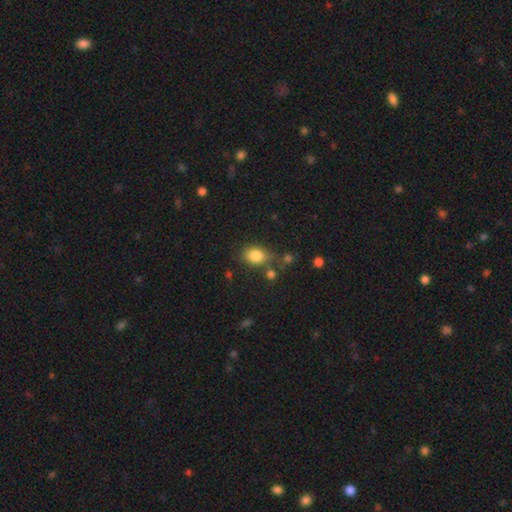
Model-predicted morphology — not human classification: A smooth galaxy with no disk features (83%) that is in between round and cigar-shaped (64%). Merging: none (65%).